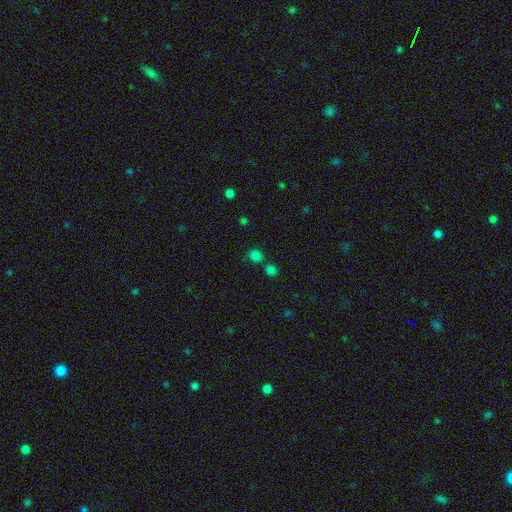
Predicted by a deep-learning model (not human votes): Morphology: type=smooth (75%); roundness=round (73%); merging=none (67%).